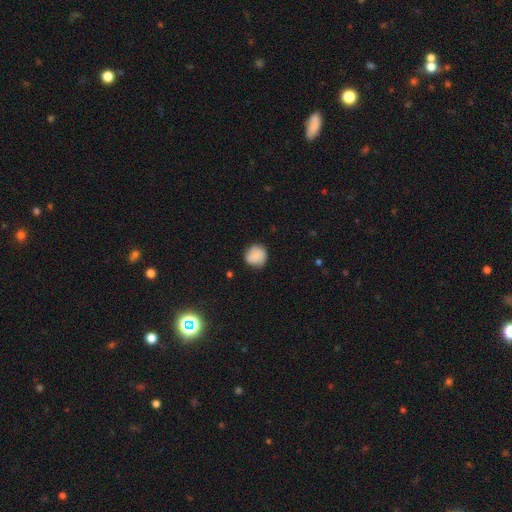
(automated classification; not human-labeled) smooth-or-featured: smooth: 84% | star or artifact: 8% | featured or disk: 7%
  how-rounded: round: 89% | in between: 10% | cigar-shaped: 1%
  merging: none: 78% | minor disturbance: 17% | major disturbance: 3% | merger: 1%